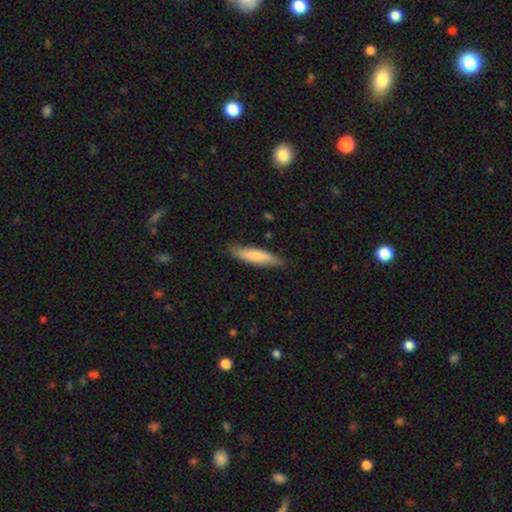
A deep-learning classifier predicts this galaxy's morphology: This is likely a smooth galaxy (73%). How rounded: likely cigar-shaped (77%). Merging: clearly none (82%).